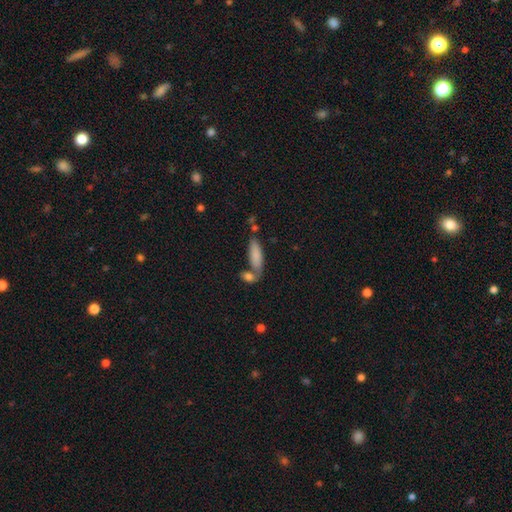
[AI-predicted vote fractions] smooth 82%, featured or disk 11%, star or artifact 7%. Down the decision tree: how rounded — in between (52%); merging — none (56%).